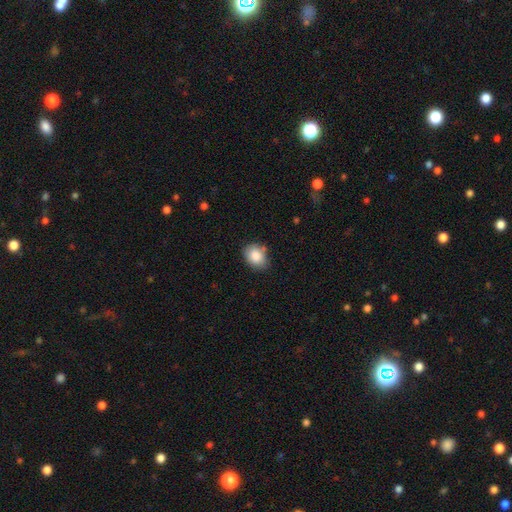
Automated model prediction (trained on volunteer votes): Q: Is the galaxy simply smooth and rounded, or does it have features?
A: smooth — 86%.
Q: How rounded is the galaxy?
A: in between — 60%.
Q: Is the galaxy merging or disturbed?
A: none — 72%.